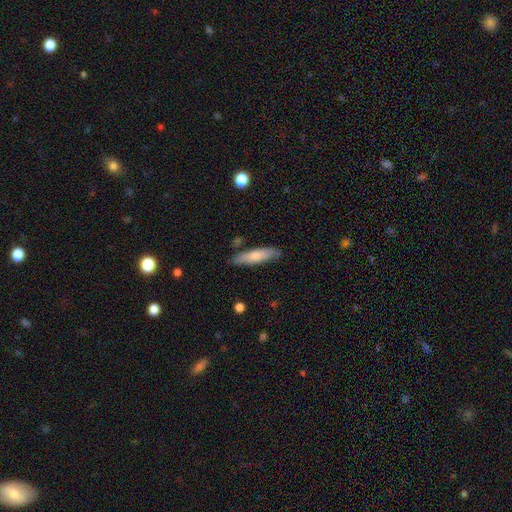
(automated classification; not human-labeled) Morphology: type=smooth (72%); roundness=cigar-shaped (73%); merging=none (83%).